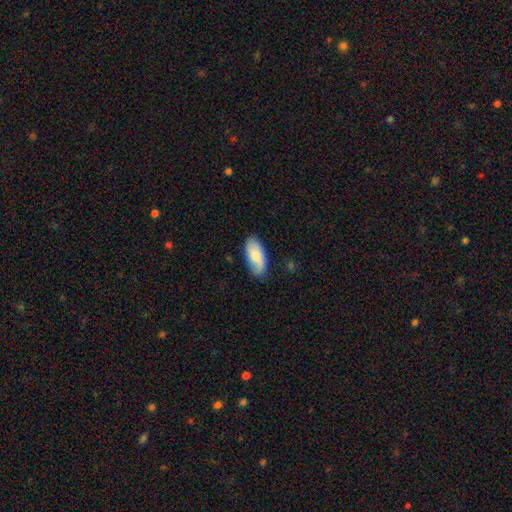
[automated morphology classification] type=smooth (75%); roundness=in between (91%); merging=none (77%).